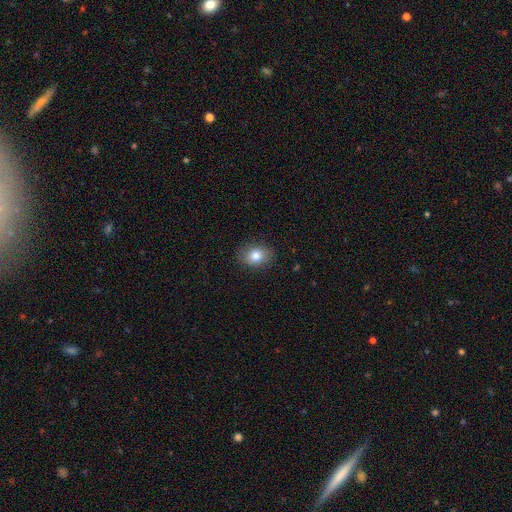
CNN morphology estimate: smooth 82%, star or artifact 10%, featured or disk 8%. Down the decision tree: how rounded — in between (59%); merging — none (86%).